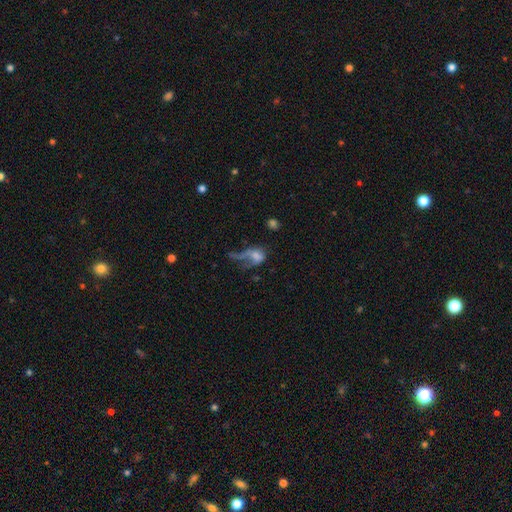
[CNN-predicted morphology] Smooth or featured?
  - smooth: 46% *
  - featured or disk: 38%
  - star or artifact: 15%
Merging?
  - major disturbance: 55% *
  - none: 18%
  - merger: 13%
  - minor disturbance: 13%